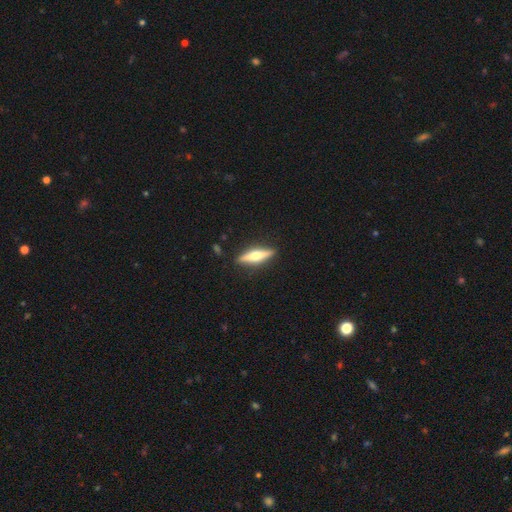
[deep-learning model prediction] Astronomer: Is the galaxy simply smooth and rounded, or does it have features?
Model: featured or disk — 57% (runner-up: smooth, 38%).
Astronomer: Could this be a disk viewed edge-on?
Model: yes — 96%.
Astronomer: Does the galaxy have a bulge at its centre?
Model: rounded — 90%.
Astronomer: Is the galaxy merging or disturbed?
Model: none — 89%.